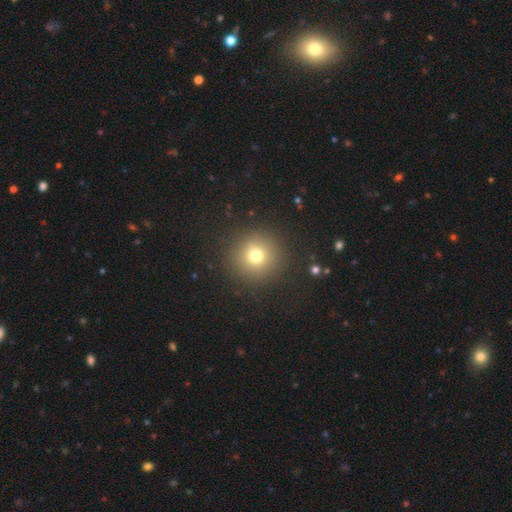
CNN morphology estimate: Smooth or featured?
  - smooth: 73% *
  - star or artifact: 17%
  - featured or disk: 10%
How rounded?
  - round: 95% *
  - in between: 4%
  - cigar-shaped: 1%
Merging?
  - none: 90% *
  - minor disturbance: 6%
  - major disturbance: 3%
  - merger: 1%